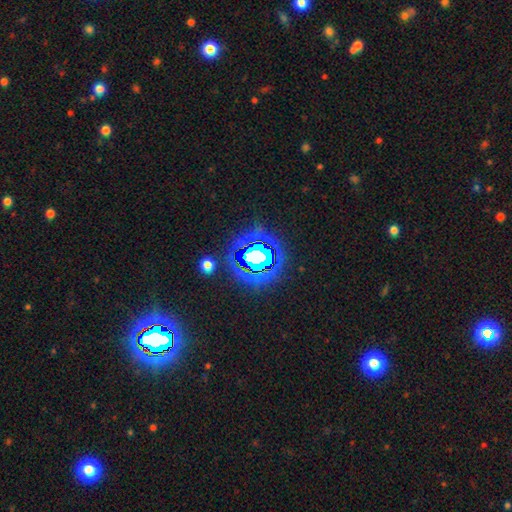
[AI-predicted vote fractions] star or artifact 77%, smooth 14%, featured or disk 10%.